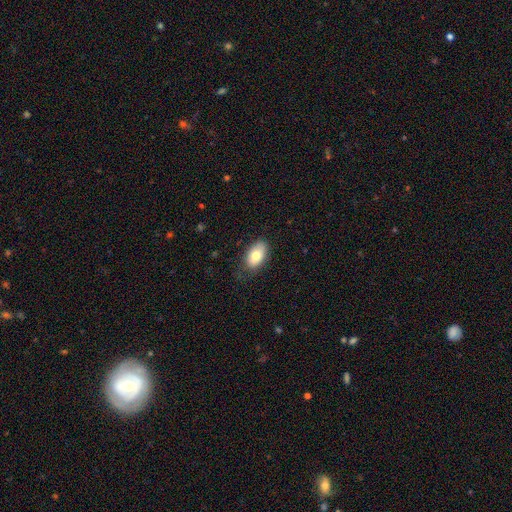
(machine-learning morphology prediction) A smooth galaxy with no disk features (77%) that is in between round and cigar-shaped (93%). Merging: none (75%).